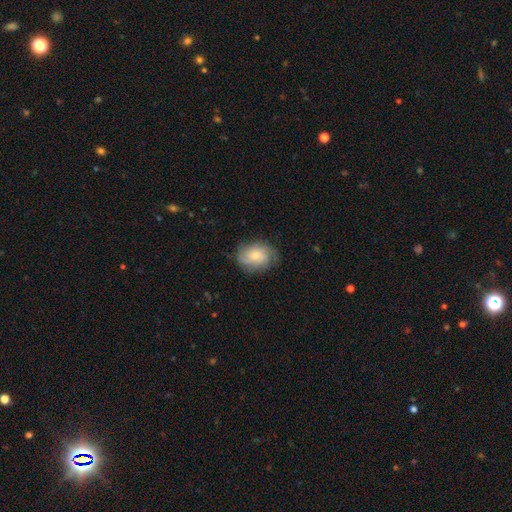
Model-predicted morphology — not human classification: type=smooth (55%); roundness=in between (63%); merging=none (71%).